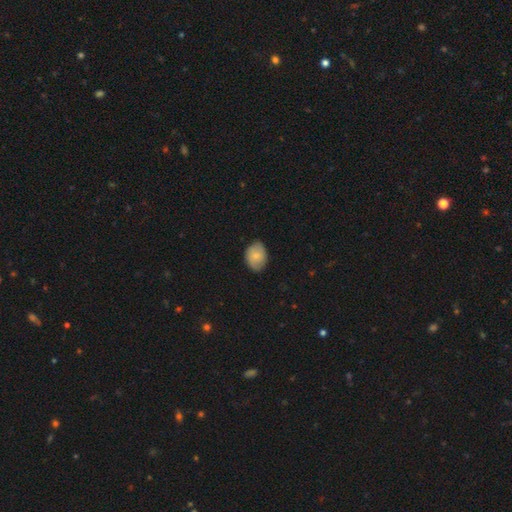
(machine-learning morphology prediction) Smooth or featured?
  - smooth: 76% *
  - featured or disk: 17%
  - star or artifact: 7%
How rounded?
  - in between: 69% *
  - round: 30%
  - cigar-shaped: 1%
Merging?
  - none: 77% *
  - minor disturbance: 19%
  - major disturbance: 3%
  - merger: 1%